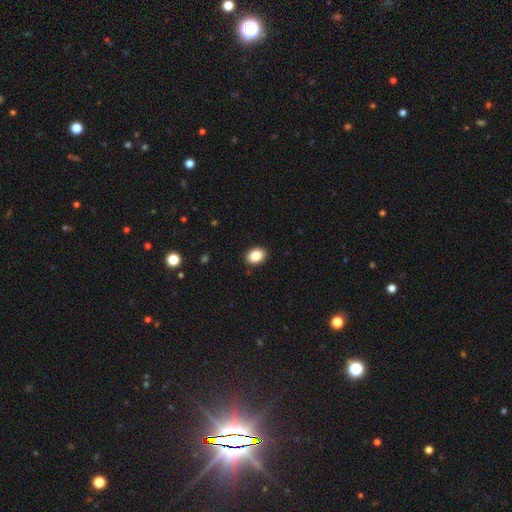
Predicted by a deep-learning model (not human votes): smooth-or-featured: smooth: 87% | star or artifact: 9% | featured or disk: 5%
  how-rounded: in between: 70% | round: 29% | cigar-shaped: 1%
  merging: none: 90% | minor disturbance: 7% | major disturbance: 2% | merger: 1%